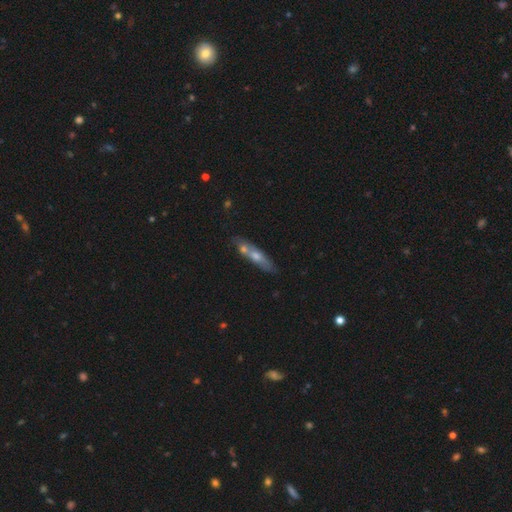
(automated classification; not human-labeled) Morphology: type=smooth (49%); merging=none (53%).